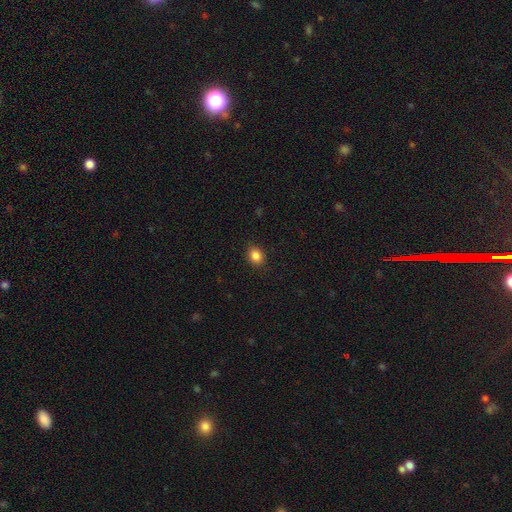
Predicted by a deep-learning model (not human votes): This appears to be a smooth galaxy with no disk features (86%) that is round (59%). Merging: none (89%).